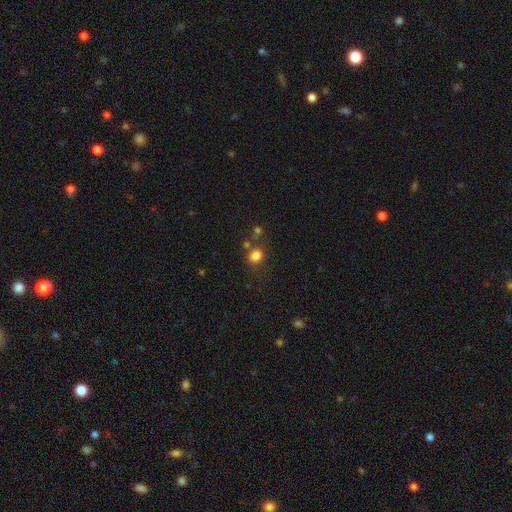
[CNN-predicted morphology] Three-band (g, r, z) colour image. It shows a smooth galaxy with no disk features (81%) that is round (64%). Merging: none (67%).